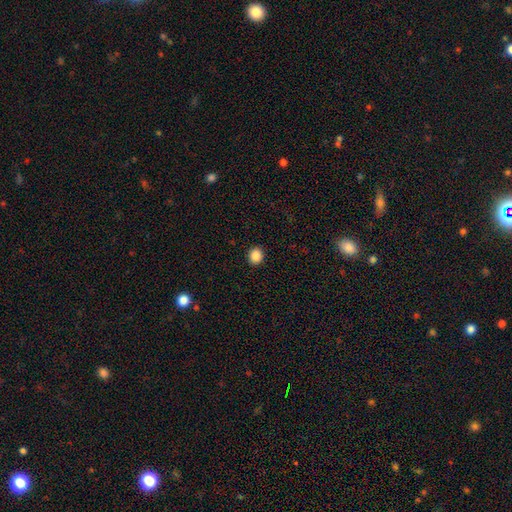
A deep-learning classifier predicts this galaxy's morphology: Smooth or featured? smooth (88%)
How rounded? round (77%)
Merging? none (92%)